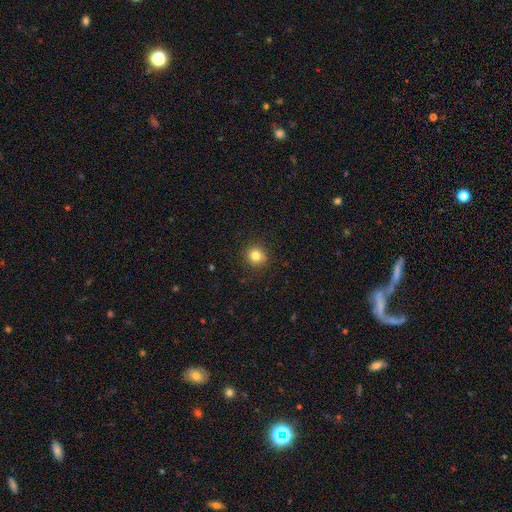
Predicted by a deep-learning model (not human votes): The model was most divided on "smooth or featured": smooth: 82%, star or artifact: 12%, featured or disk: 6%. More confident: how rounded — round (91%); merging — none (90%).